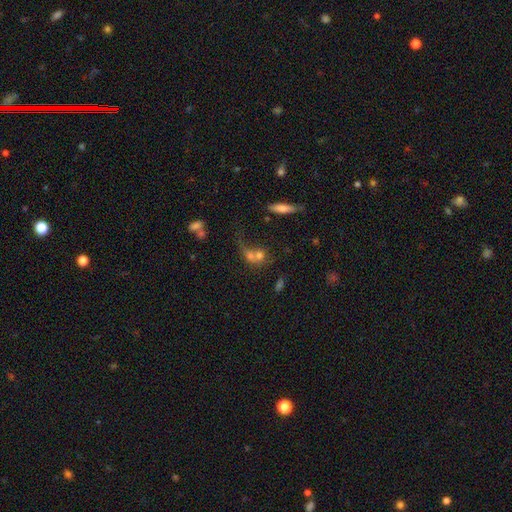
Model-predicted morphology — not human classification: smooth-or-featured: smooth: 64% | featured or disk: 22% | star or artifact: 14%
  how-rounded: round: 59% | in between: 37% | cigar-shaped: 5%
  merging: merger: 60% | none: 22% | major disturbance: 10% | minor disturbance: 7%